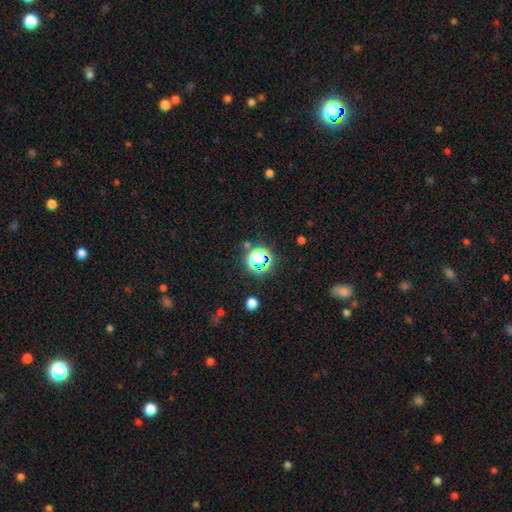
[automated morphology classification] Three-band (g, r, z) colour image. It shows a star or artifact, not a galaxy (72%).